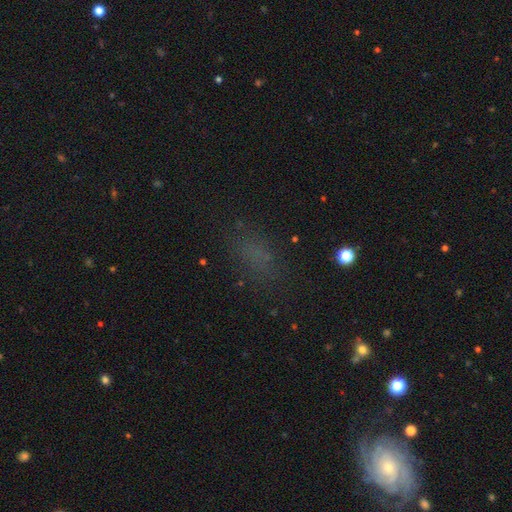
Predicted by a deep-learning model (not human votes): Q: Smooth or featured?
A: smooth (60%); runner-up: star or artifact (28%)
Q: How rounded?
A: in between (75%); runner-up: round (14%)
Q: Merging?
A: none (74%); runner-up: minor disturbance (15%)